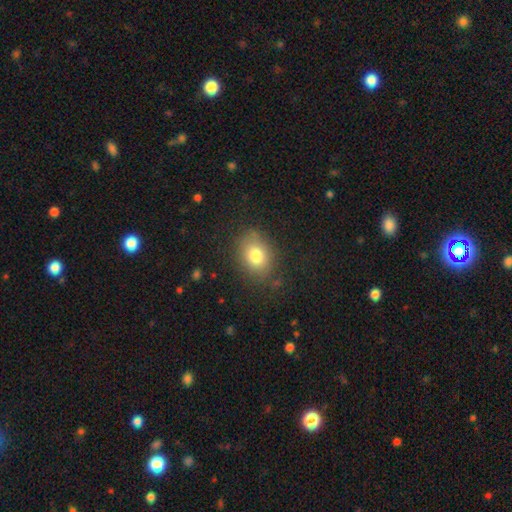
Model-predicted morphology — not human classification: smooth-or-featured: smooth: 79% | star or artifact: 11% | featured or disk: 11%
  how-rounded: in between: 62% | round: 37% | cigar-shaped: 1%
  merging: none: 79% | minor disturbance: 14% | major disturbance: 5% | merger: 2%